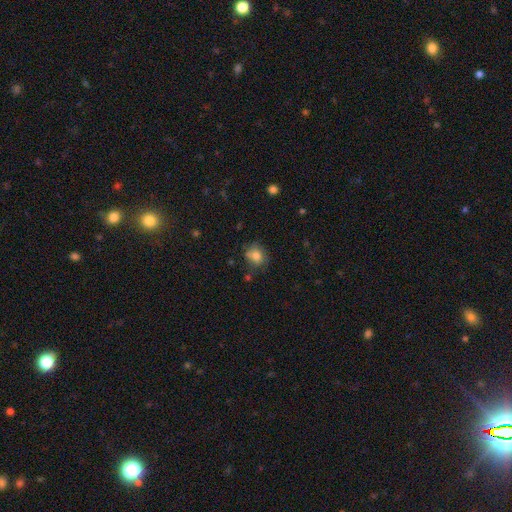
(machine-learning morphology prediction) This appears to be a smooth galaxy with no disk features (75%) that is round (64%). Merging: none (64%).